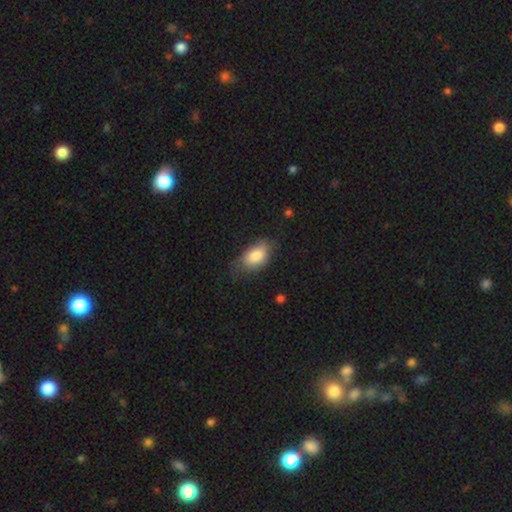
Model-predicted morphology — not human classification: Smooth or featured? smooth (83%)
How rounded? in between (91%)
Merging? none (56%)